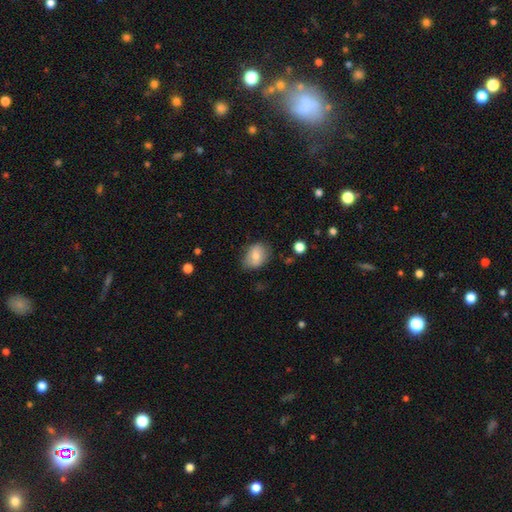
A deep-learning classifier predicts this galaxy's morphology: Q: Smooth or featured?
A: smooth (71%); runner-up: featured or disk (21%)
Q: How rounded?
A: in between (69%); runner-up: round (29%)
Q: Merging?
A: none (70%); runner-up: minor disturbance (23%)